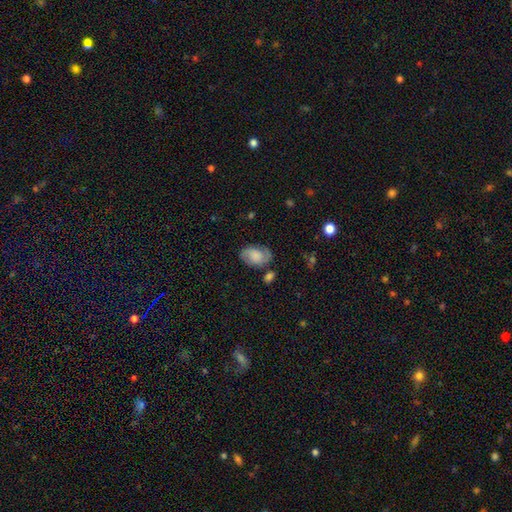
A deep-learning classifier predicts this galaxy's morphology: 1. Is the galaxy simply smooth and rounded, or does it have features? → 47% featured or disk, 45% smooth, 9% star or artifact.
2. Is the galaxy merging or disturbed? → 65% none, 22% minor disturbance, 8% major disturbance, 5% merger.